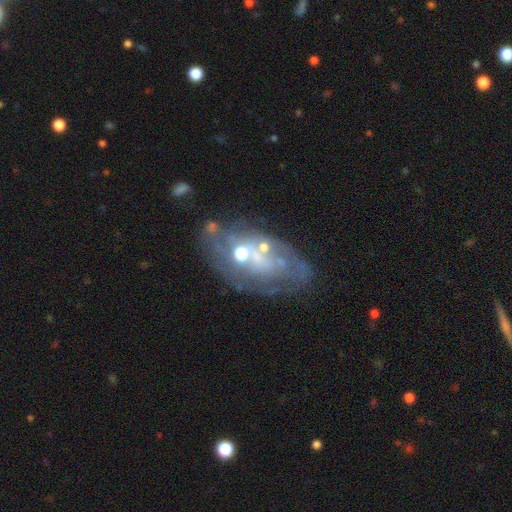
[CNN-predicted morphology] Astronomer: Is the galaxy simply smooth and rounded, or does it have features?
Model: featured or disk — 70%.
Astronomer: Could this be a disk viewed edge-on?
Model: no — 94%.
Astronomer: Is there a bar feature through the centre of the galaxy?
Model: no — 77%.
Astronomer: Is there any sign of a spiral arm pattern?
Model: yes — 54% (runner-up: no, 46%).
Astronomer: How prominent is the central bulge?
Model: small — 44% (runner-up: moderate, 42%).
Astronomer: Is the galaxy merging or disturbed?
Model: none — 54%.